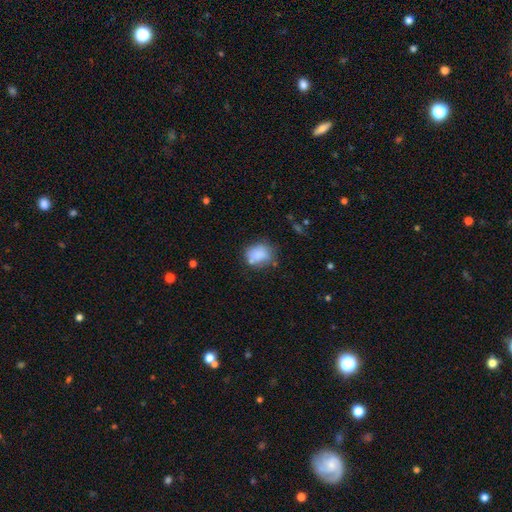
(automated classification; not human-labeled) Smooth or featured? Predicted: smooth (p=0.78). How rounded? Predicted: in between (p=0.53). Merging? Predicted: none (p=0.56).